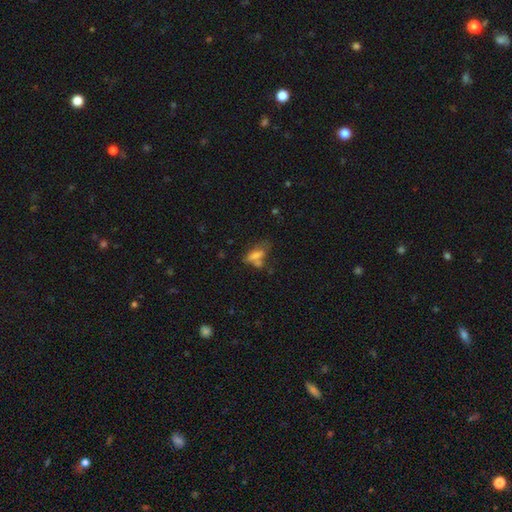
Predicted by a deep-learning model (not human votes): A smooth galaxy with no disk features (64%) that is in between round and cigar-shaped (66%).

Vote fractions:
- Smooth or featured? smooth: 64% / featured or disk: 24% / star or artifact: 12%
- How rounded? in between: 66% / cigar-shaped: 29% / round: 4%
- Merging? none: 38% / merger: 26% / minor disturbance: 21% / major disturbance: 14%